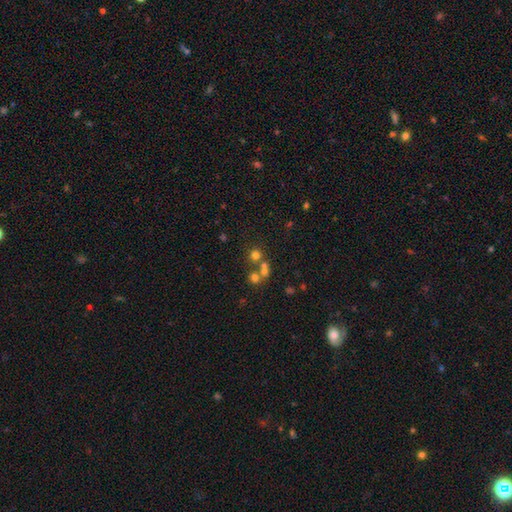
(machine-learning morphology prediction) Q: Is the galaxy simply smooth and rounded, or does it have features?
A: smooth — 64%.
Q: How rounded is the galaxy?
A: round — 89%.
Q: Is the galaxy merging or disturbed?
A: none — 56%.